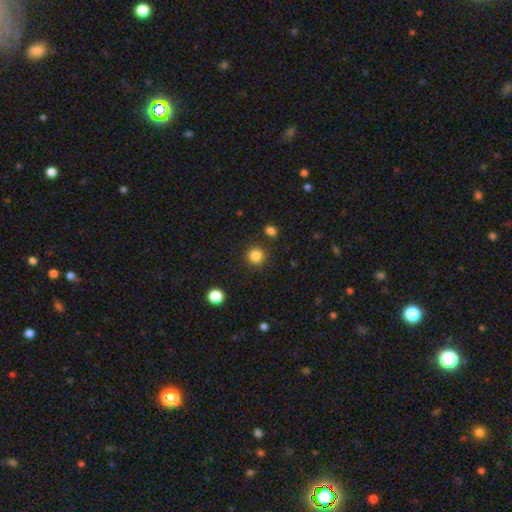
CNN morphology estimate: Smooth or featured: smooth — 84% (star or artifact — 12%)
How rounded: round — 93% (in between — 6%)
Merging: none — 88% (minor disturbance — 6%)